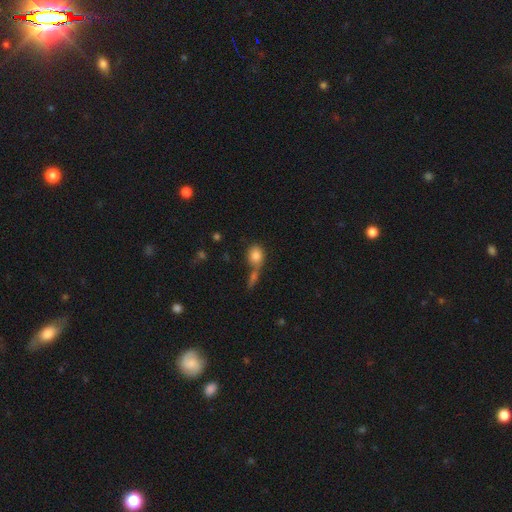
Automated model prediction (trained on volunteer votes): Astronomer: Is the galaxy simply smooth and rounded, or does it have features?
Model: smooth — 82%.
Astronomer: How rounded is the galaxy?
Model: round — 52% (runner-up: in between, 45%).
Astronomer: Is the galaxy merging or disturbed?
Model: none — 44% (runner-up: merger, 37%).